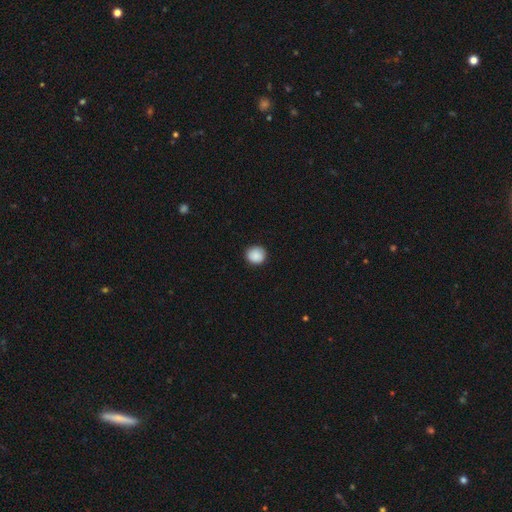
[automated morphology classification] type=smooth (89%); roundness=round (89%); merging=none (89%).